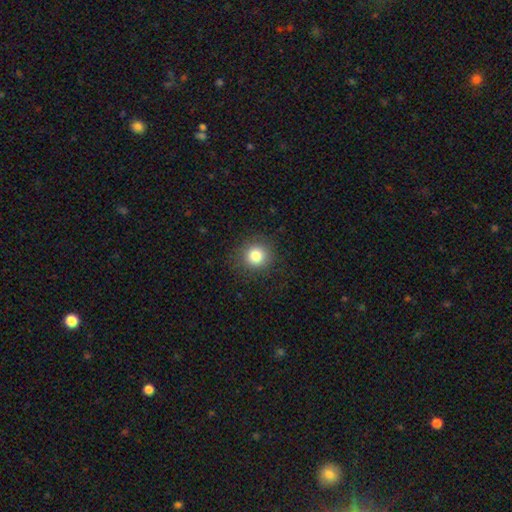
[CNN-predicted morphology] smooth-or-featured: smooth: 83% | star or artifact: 11% | featured or disk: 6%
  how-rounded: round: 92% | in between: 7% | cigar-shaped: 1%
  merging: none: 88% | minor disturbance: 8% | major disturbance: 3% | merger: 1%